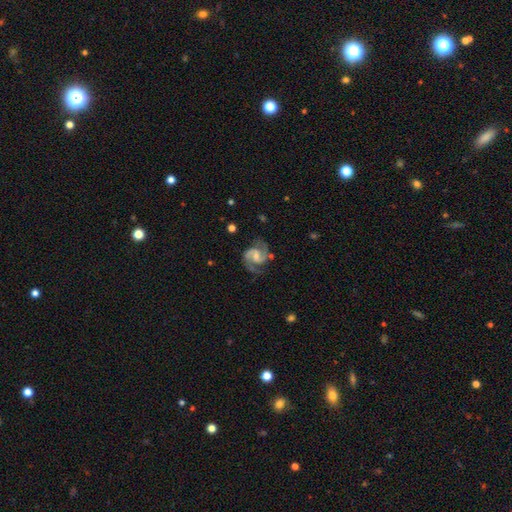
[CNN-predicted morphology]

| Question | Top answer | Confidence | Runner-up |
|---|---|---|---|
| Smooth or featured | featured or disk | 90% | smooth (5%) |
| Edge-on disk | no | 98% | yes (2%) |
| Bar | weak | 52% | no (32%) |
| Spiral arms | yes | 98% | no (2%) |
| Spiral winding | medium | 62% | tight (22%) |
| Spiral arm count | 2 | 93% | can't tell (2%) |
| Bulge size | small | 47% | moderate (37%) |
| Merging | none | 76% | minor disturbance (16%) |